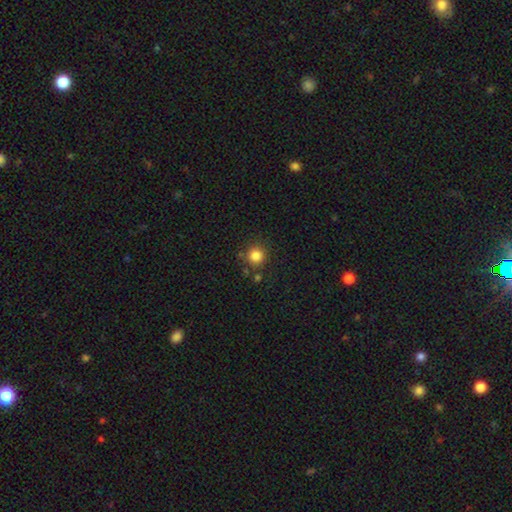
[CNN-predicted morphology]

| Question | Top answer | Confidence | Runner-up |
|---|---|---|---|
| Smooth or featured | smooth | 83% | star or artifact (12%) |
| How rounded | round | 94% | in between (5%) |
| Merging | none | 83% | minor disturbance (9%) |